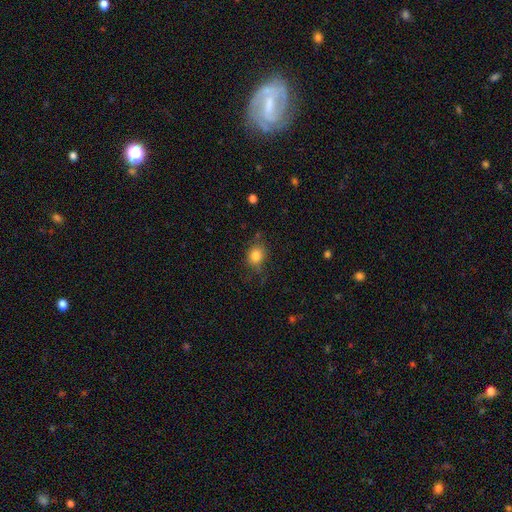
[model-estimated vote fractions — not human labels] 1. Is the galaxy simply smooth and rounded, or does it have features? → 82% smooth, 10% star or artifact, 7% featured or disk.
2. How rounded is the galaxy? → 61% round, 38% in between, 1% cigar-shaped.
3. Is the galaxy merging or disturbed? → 69% none, 21% minor disturbance, 7% major disturbance, 3% merger.